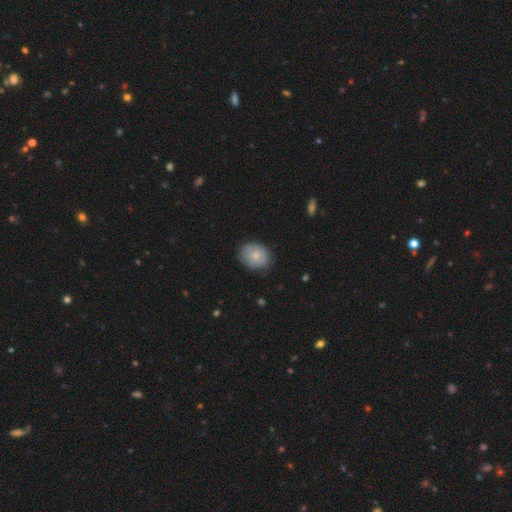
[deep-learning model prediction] smooth_or_featured: smooth (p=0.80) [alt: featured or disk p=0.13]
how_rounded: round (p=0.50) [alt: in between p=0.49]
merging: none (p=0.81) [alt: minor disturbance p=0.15]